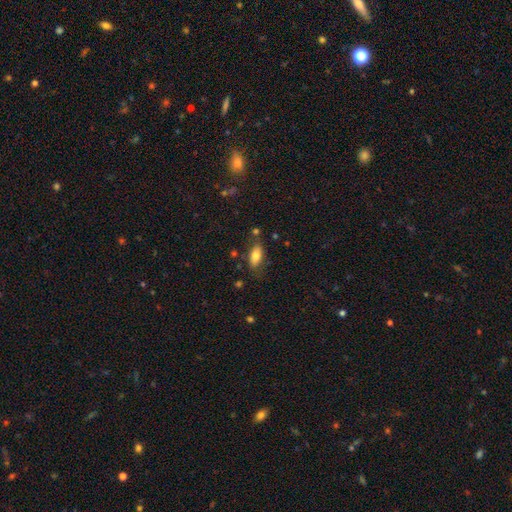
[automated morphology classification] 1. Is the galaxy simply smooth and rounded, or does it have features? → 78% smooth, 15% featured or disk, 8% star or artifact.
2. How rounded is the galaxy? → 87% in between, 10% cigar-shaped, 3% round.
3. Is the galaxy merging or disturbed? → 73% none, 17% minor disturbance, 5% merger, 5% major disturbance.